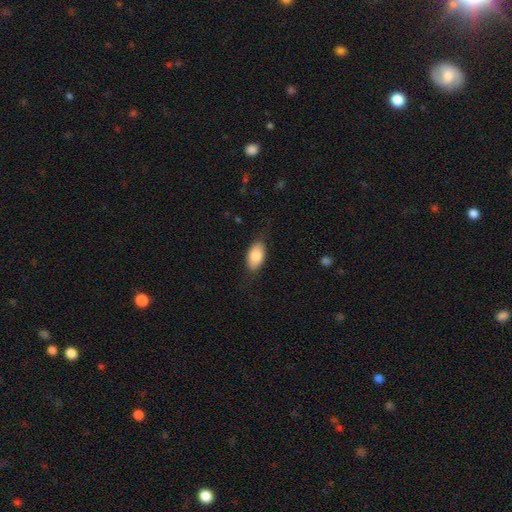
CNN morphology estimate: Overall: smooth (84%). How rounded: in between (93%). Merging: none (79%).